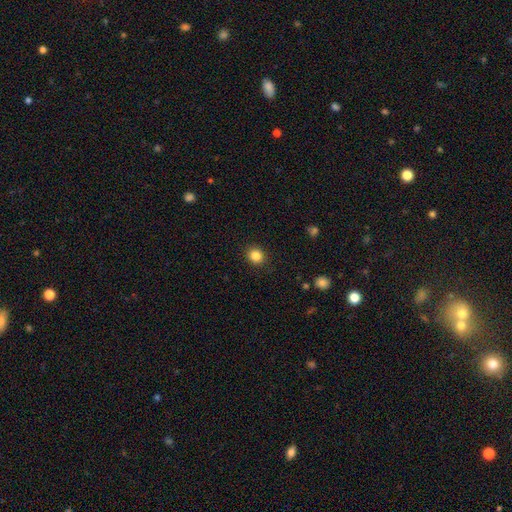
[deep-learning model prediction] This appears to be a smooth galaxy with no disk features (85%) that is round (84%). Merging: none (91%).